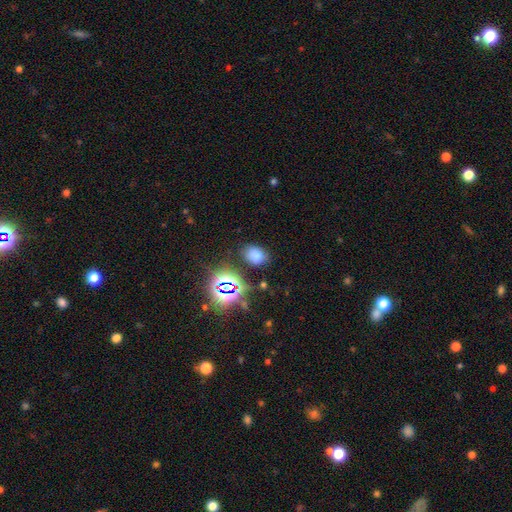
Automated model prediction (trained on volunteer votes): smooth_or_featured: smooth (p=0.68) [alt: star or artifact p=0.24]
how_rounded: in between (p=0.70) [alt: round p=0.29]
merging: none (p=0.78) [alt: minor disturbance p=0.14]